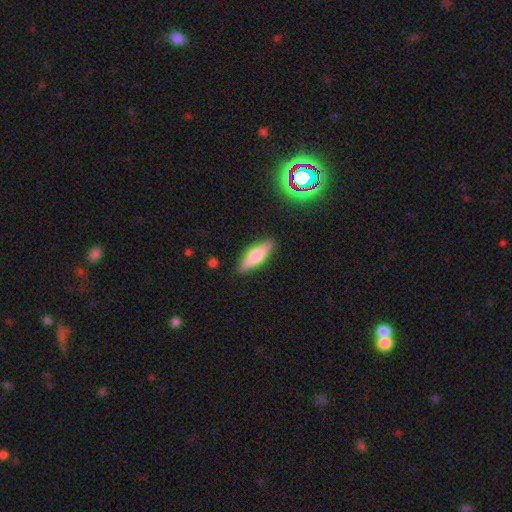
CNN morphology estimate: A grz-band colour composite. It shows a smooth galaxy with no disk features (64%) that is cigar-shaped (55%). Merging: none (86%).